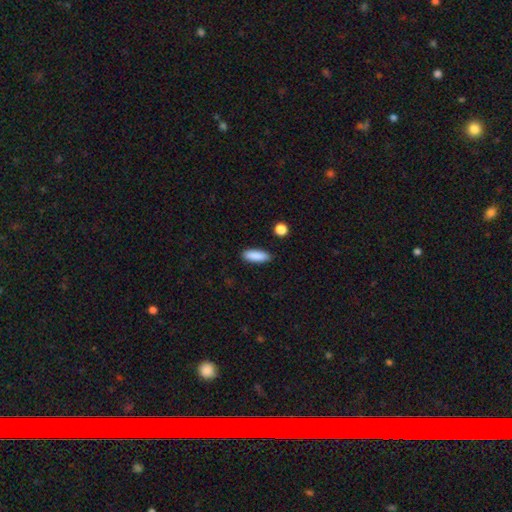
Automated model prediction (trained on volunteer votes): Overall: smooth (89%). How rounded: in between (65%; cigar-shaped 33%). Merging: none (87%).